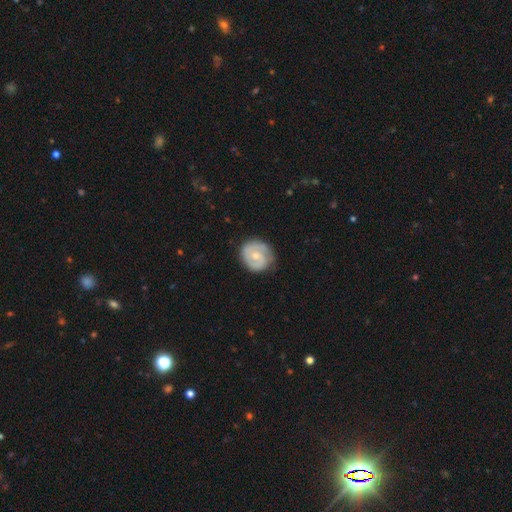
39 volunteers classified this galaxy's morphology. Smooth or featured? featured or disk (85%)
Edge-on disk? no (97%)
Bar? no (53%)
Spiral arms? yes (91%)
Spiral winding? tight (48%)
Spiral arm count? 2 (55%)
Bulge size? moderate (69%)
Merging? none (84%)